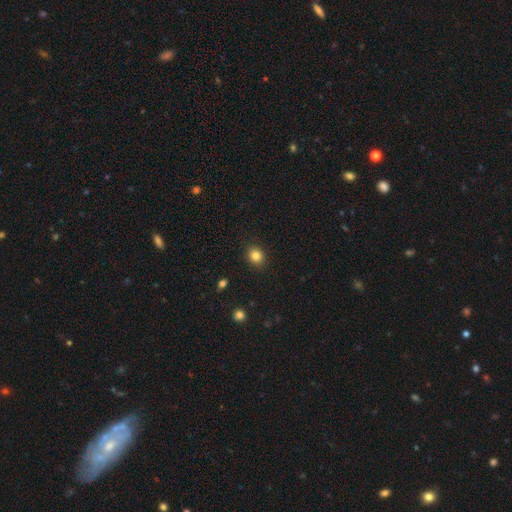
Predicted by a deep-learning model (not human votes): smooth-or-featured: smooth: 84% | star or artifact: 11% | featured or disk: 5%
  how-rounded: round: 71% | in between: 28% | cigar-shaped: 1%
  merging: none: 90% | minor disturbance: 7% | major disturbance: 2% | merger: 1%